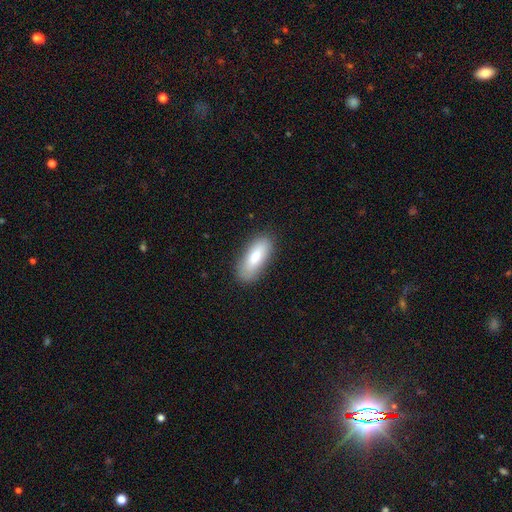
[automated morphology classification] A smooth galaxy with no disk features (77%) that is in between round and cigar-shaped (78%). Merging: none (85%).